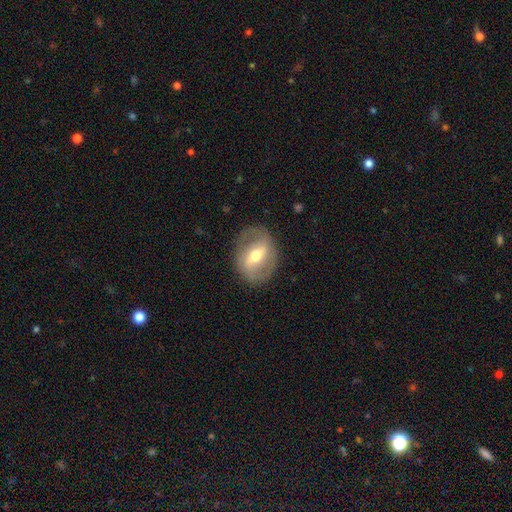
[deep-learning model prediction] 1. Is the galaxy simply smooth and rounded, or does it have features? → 69% featured or disk, 25% smooth, 6% star or artifact.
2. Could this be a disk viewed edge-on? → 92% no, 8% yes.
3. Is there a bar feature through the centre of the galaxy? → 46% strong, 38% weak, 15% no.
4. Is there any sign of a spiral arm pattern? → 60% yes, 40% no.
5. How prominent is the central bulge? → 70% moderate, 20% small, 8% large, 1% dominant, 1% none.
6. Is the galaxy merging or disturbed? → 81% none, 12% minor disturbance, 6% major disturbance, 1% merger.